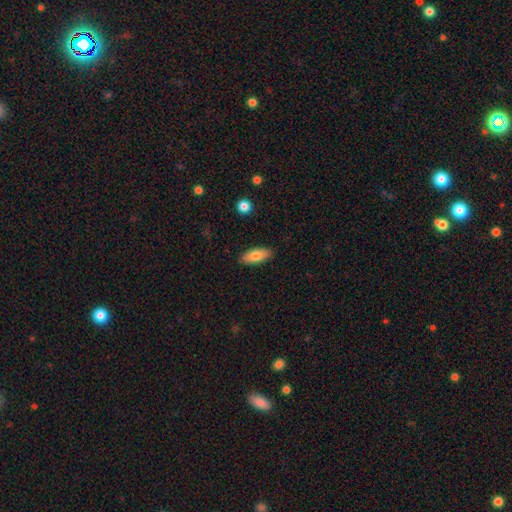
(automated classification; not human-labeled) Q: Smooth or featured?
A: smooth (78%); runner-up: featured or disk (16%)
Q: How rounded?
A: in between (80%); runner-up: cigar-shaped (17%)
Q: Merging?
A: none (88%); runner-up: minor disturbance (9%)